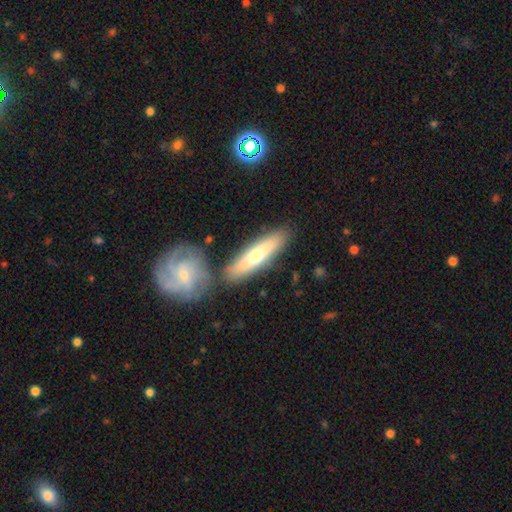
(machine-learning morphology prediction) The model was most divided on "smooth or featured": featured or disk: 47%, smooth: 46%, star or artifact: 7%. More confident: merging — none (76%).